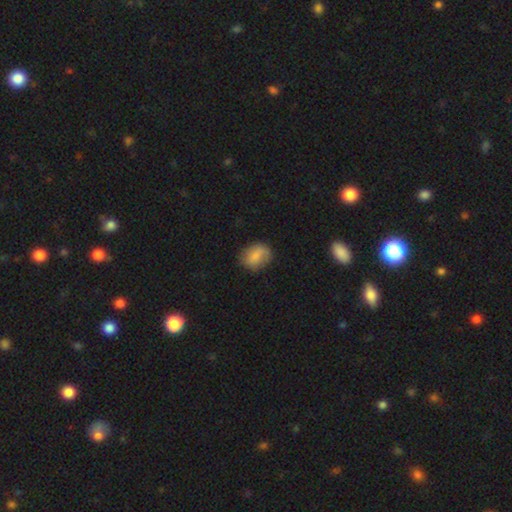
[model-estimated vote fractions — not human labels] Smooth or featured?
  - smooth: 74% *
  - featured or disk: 18%
  - star or artifact: 8%
How rounded?
  - in between: 55% *
  - round: 44%
  - cigar-shaped: 1%
Merging?
  - none: 69% *
  - minor disturbance: 23%
  - major disturbance: 7%
  - merger: 2%